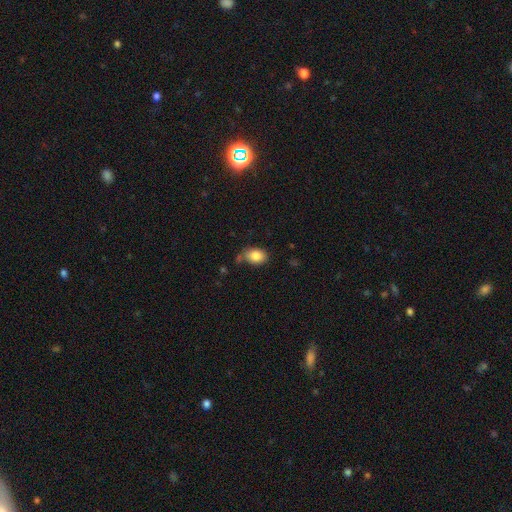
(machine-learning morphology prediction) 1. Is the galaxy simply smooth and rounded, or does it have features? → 84% smooth, 8% star or artifact, 8% featured or disk.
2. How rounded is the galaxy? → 76% in between, 23% round, 1% cigar-shaped.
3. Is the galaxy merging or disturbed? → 65% none, 21% minor disturbance, 8% merger, 6% major disturbance.